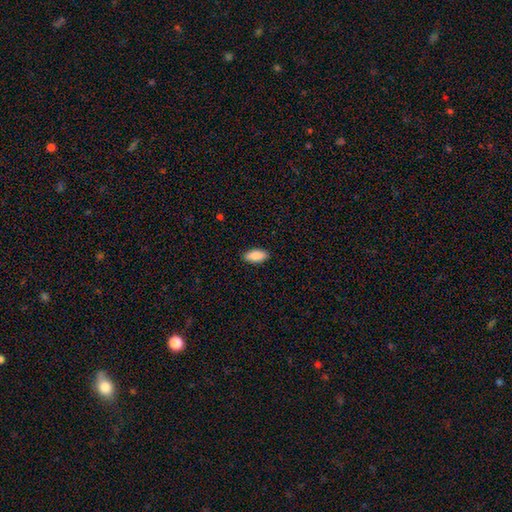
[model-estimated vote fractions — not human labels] The model was most divided on "how rounded": in between: 89%, cigar-shaped: 9%, round: 2%. More confident: merging — none (90%); smooth or featured — smooth (89%).